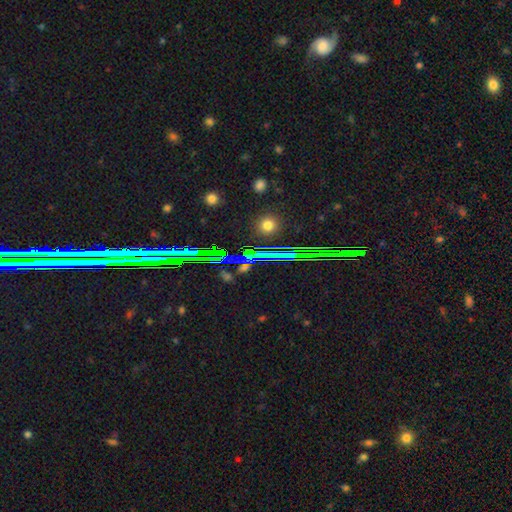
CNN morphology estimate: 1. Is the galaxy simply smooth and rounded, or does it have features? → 80% star or artifact, 11% featured or disk, 9% smooth.